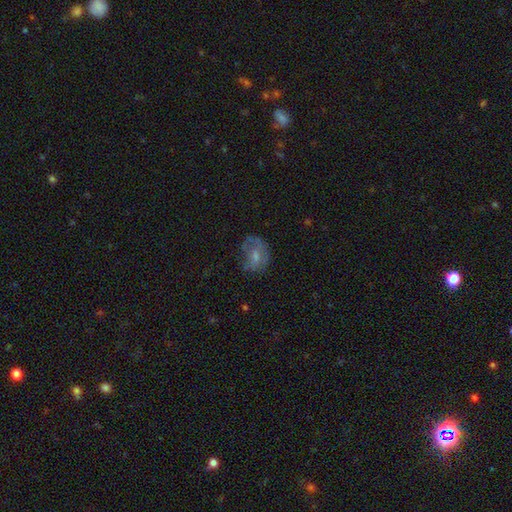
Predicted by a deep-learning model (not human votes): smooth 52%, featured or disk 37%, star or artifact 11%. Down the decision tree: how rounded — in between (59%); merging — none (48%).